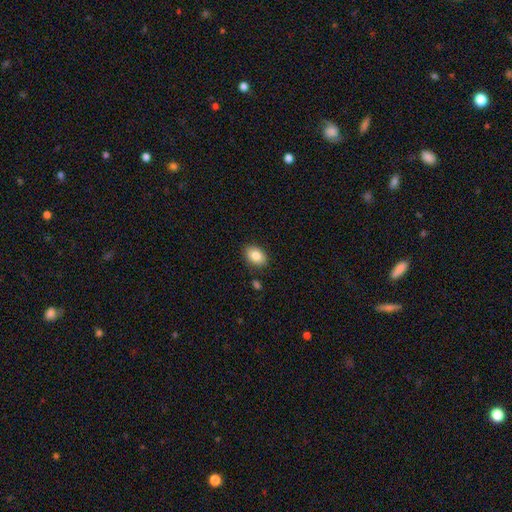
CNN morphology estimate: A smooth galaxy with no disk features (84%) that is in between round and cigar-shaped (77%).

Vote fractions:
- Smooth or featured? smooth: 84% / featured or disk: 8% / star or artifact: 8%
- How rounded? in between: 77% / round: 21% / cigar-shaped: 1%
- Merging? none: 86% / minor disturbance: 10% / merger: 2% / major disturbance: 2%